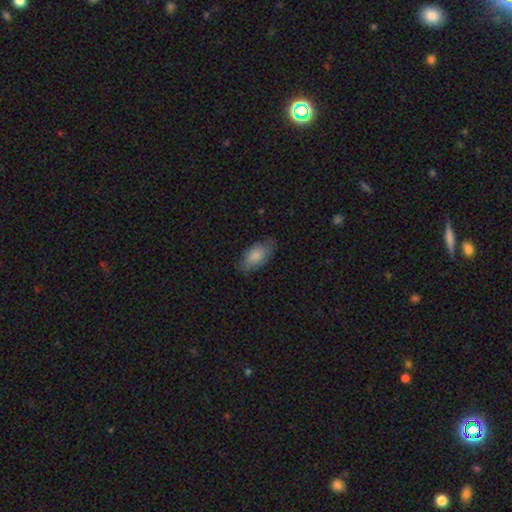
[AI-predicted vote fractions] Smooth or featured? smooth (82%)
How rounded? in between (93%)
Merging? none (72%)